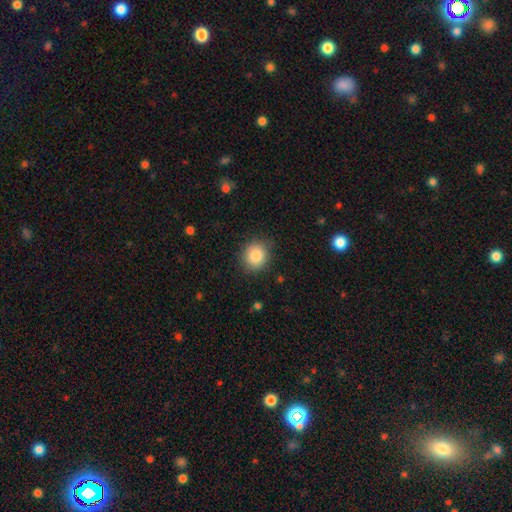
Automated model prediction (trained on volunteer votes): Morphology: type=smooth (86%); roundness=round (85%); merging=none (86%).